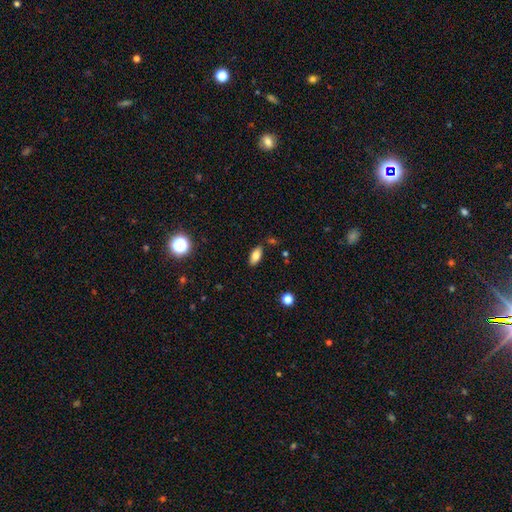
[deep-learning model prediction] smooth_or_featured: smooth (p=0.80) [alt: featured or disk p=0.10]
how_rounded: in between (p=0.89) [alt: cigar-shaped p=0.08]
merging: none (p=0.83) [alt: minor disturbance p=0.12]